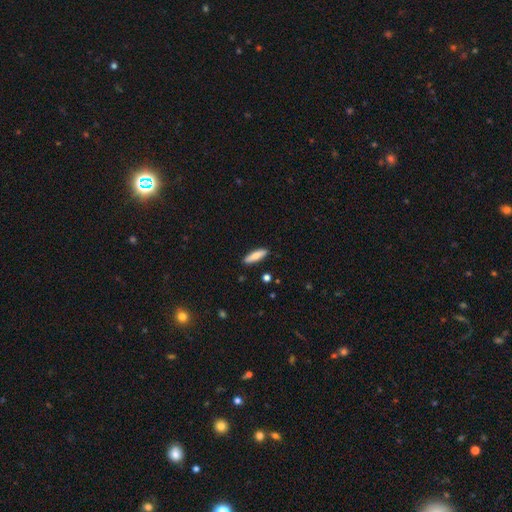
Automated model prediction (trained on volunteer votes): This is likely a smooth galaxy (73%). How rounded: likely cigar-shaped (63%). Merging: clearly none (88%).